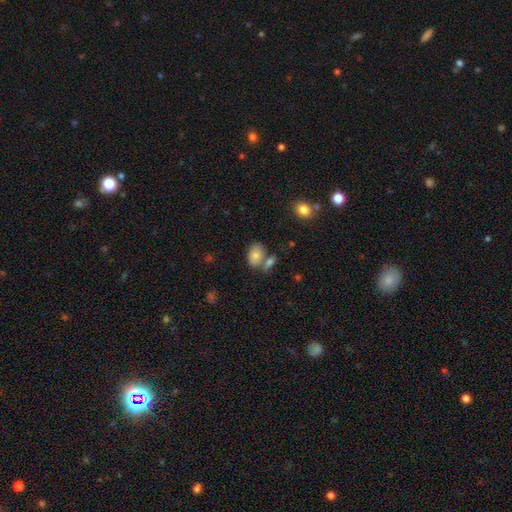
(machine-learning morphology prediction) Smooth or featured?
  - smooth: 81% *
  - featured or disk: 11%
  - star or artifact: 8%
How rounded?
  - in between: 84% *
  - round: 14%
  - cigar-shaped: 2%
Merging?
  - none: 52% *
  - merger: 30%
  - minor disturbance: 13%
  - major disturbance: 4%